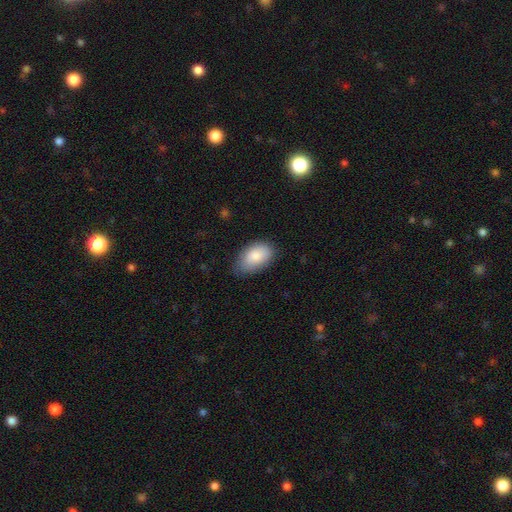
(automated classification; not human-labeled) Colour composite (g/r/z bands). It shows a smooth galaxy with no disk features (84%) that is in between round and cigar-shaped (92%). Merging: none (70%).